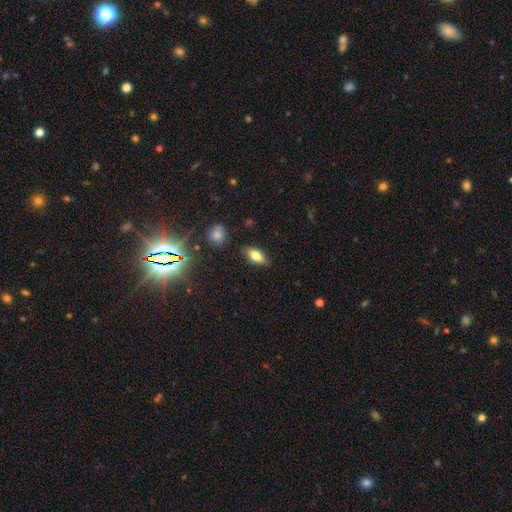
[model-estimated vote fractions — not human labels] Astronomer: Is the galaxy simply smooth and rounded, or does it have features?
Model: smooth — 75%.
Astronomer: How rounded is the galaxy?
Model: in between — 85%.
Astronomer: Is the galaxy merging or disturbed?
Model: none — 85%.